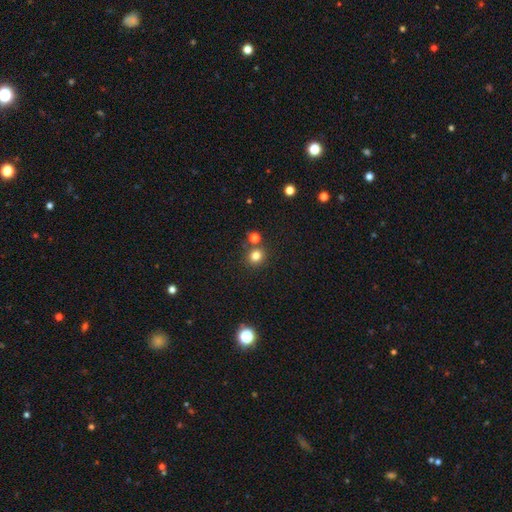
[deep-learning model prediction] Q: Smooth or featured?
A: smooth (79%); runner-up: star or artifact (15%)
Q: How rounded?
A: round (89%); runner-up: in between (10%)
Q: Merging?
A: none (77%); runner-up: merger (13%)